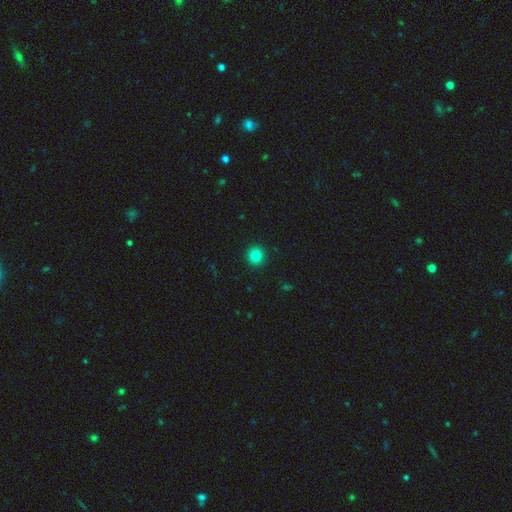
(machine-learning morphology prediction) A smooth galaxy with no disk features (82%) that is round (93%).

Vote fractions:
- Smooth or featured? smooth: 82% / star or artifact: 12% / featured or disk: 6%
- How rounded? round: 93% / in between: 6% / cigar-shaped: 1%
- Merging? none: 93% / minor disturbance: 5% / major disturbance: 2% / merger: 1%